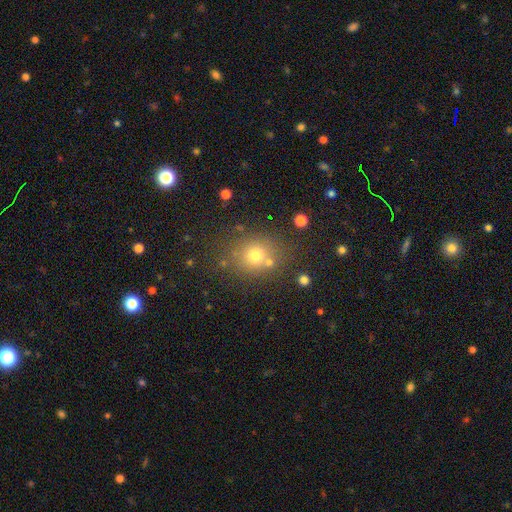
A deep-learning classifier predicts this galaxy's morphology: smooth-or-featured: smooth: 71% | star or artifact: 18% | featured or disk: 12%
  how-rounded: round: 76% | in between: 23% | cigar-shaped: 1%
  merging: none: 74% | minor disturbance: 11% | merger: 10% | major disturbance: 5%